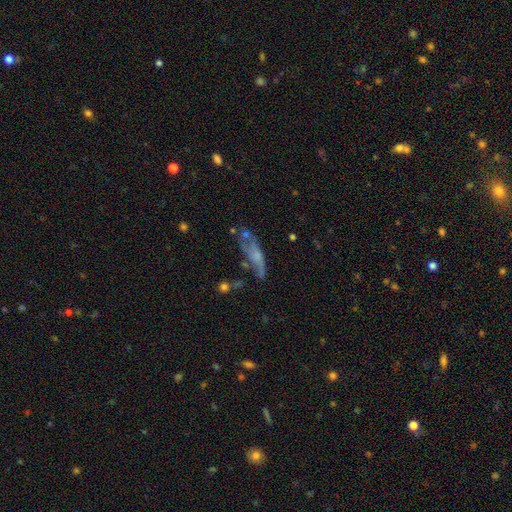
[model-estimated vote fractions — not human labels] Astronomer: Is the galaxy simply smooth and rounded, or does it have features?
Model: smooth — 45%, tied with featured or disk at 45%.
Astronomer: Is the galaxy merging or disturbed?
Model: none — 41% (runner-up: minor disturbance, 25%).